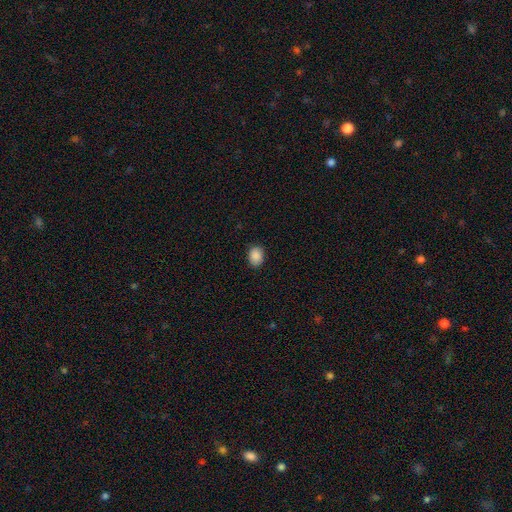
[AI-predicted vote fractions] Smooth or featured: smooth — 89% (star or artifact — 8%)
How rounded: in between — 65% (round — 34%)
Merging: none — 87% (minor disturbance — 9%)